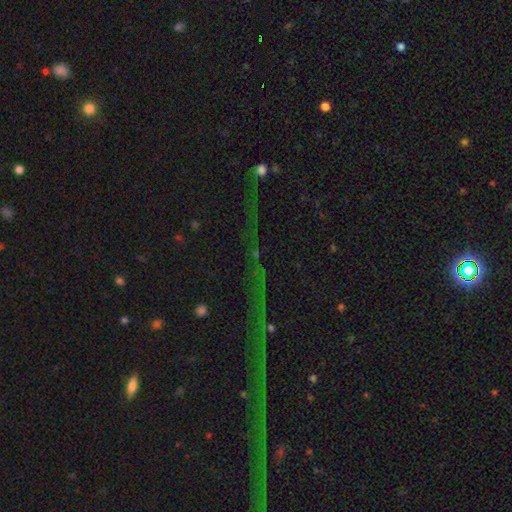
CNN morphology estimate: The model was most divided on "smooth or featured": star or artifact: 78%, featured or disk: 12%, smooth: 10%.